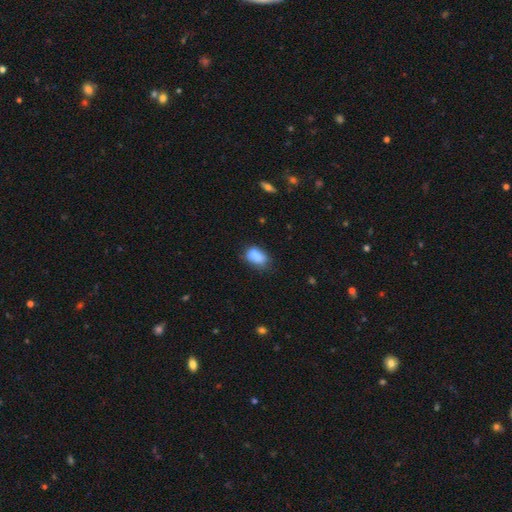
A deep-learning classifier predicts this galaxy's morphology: A smooth galaxy with no disk features (82%) that is in between round and cigar-shaped (85%).

Vote fractions:
- Smooth or featured? smooth: 82% / star or artifact: 9% / featured or disk: 9%
- How rounded? in between: 85% / round: 13% / cigar-shaped: 3%
- Merging? none: 54% / minor disturbance: 31% / major disturbance: 9% / merger: 6%